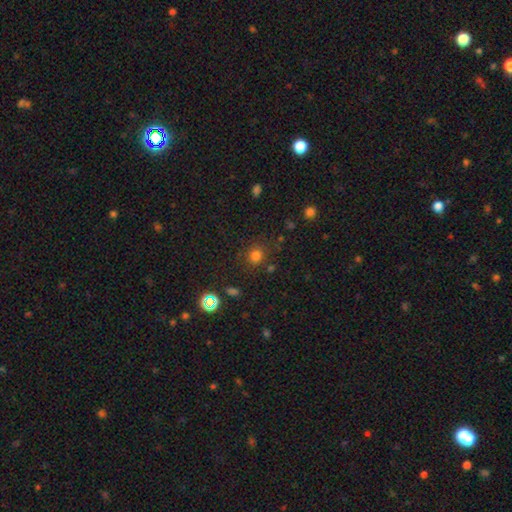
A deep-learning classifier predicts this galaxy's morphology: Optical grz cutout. It shows a smooth galaxy with no disk features (73%) that is round (85%). Merging: none (80%).